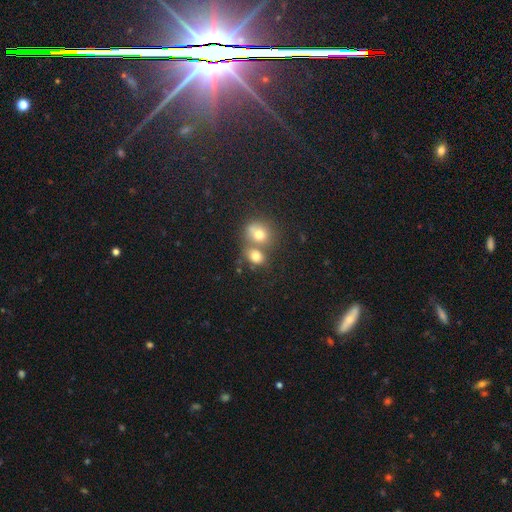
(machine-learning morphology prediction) Smooth or featured: smooth — 75% (featured or disk — 13%)
How rounded: round — 53% (in between — 45%)
Merging: merger — 52% (none — 36%)